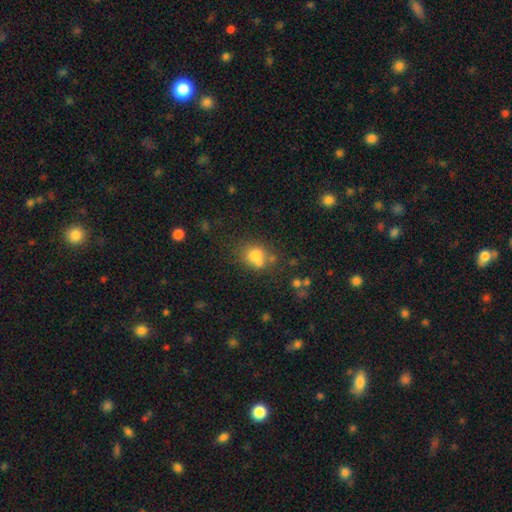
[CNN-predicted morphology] Smooth or featured?
  - smooth: 72% *
  - featured or disk: 14%
  - star or artifact: 13%
How rounded?
  - round: 63% *
  - in between: 36%
  - cigar-shaped: 1%
Merging?
  - none: 47% *
  - merger: 28%
  - minor disturbance: 17%
  - major disturbance: 8%